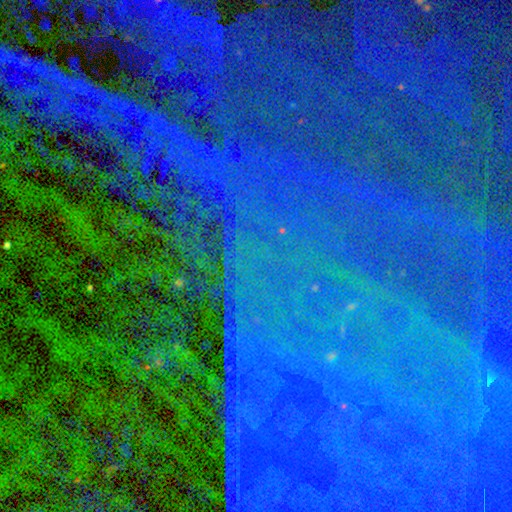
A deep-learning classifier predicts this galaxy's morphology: Smooth or featured?
  - star or artifact: 85% *
  - featured or disk: 8%
  - smooth: 7%